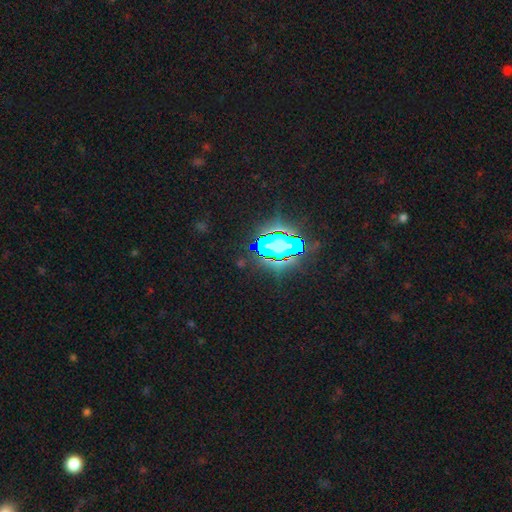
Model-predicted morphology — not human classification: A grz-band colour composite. It shows a star or artifact, not a galaxy (80%).